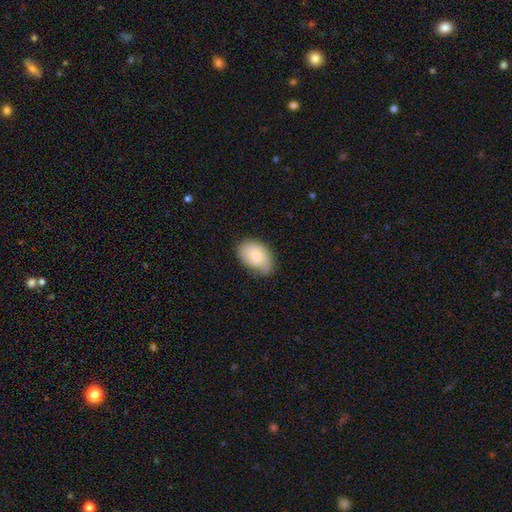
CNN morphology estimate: This appears to be a smooth galaxy with no disk features (71%) that is in between round and cigar-shaped (84%). Merging: none (56%).